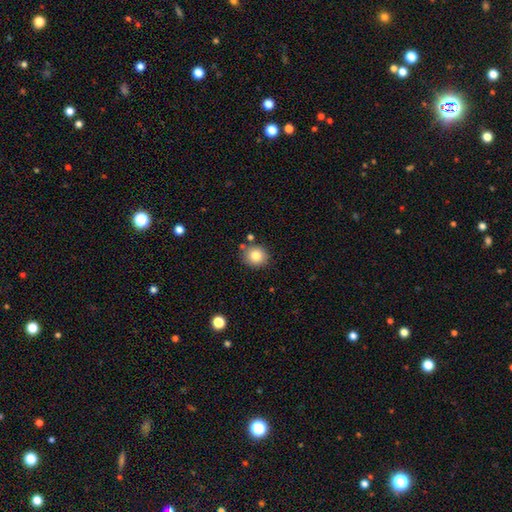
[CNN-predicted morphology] smooth 83%, star or artifact 10%, featured or disk 8%. Down the decision tree: how rounded — round (83%); merging — none (81%).